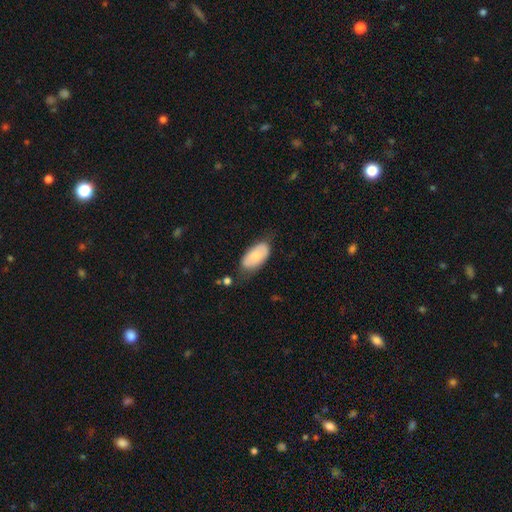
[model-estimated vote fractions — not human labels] Q: Smooth or featured?
A: smooth (68%); runner-up: featured or disk (26%)
Q: How rounded?
A: in between (94%); runner-up: cigar-shaped (3%)
Q: Merging?
A: none (62%); runner-up: minor disturbance (27%)